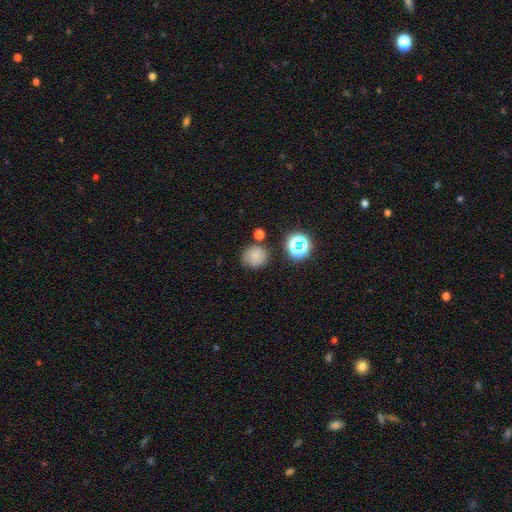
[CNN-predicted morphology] Smooth or featured: smooth — 75% (star or artifact — 16%)
How rounded: round — 89% (in between — 11%)
Merging: none — 73% (minor disturbance — 15%)